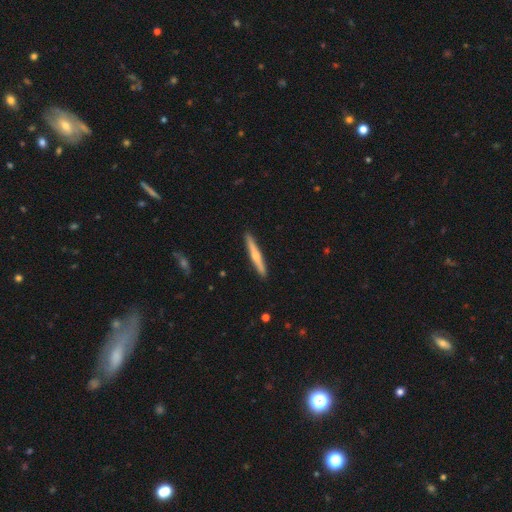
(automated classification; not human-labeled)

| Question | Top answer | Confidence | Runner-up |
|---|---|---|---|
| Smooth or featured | featured or disk | 52% | smooth (43%) |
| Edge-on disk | yes | 97% | no (3%) |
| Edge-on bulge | rounded | 78% | none (18%) |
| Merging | none | 92% | minor disturbance (6%) |